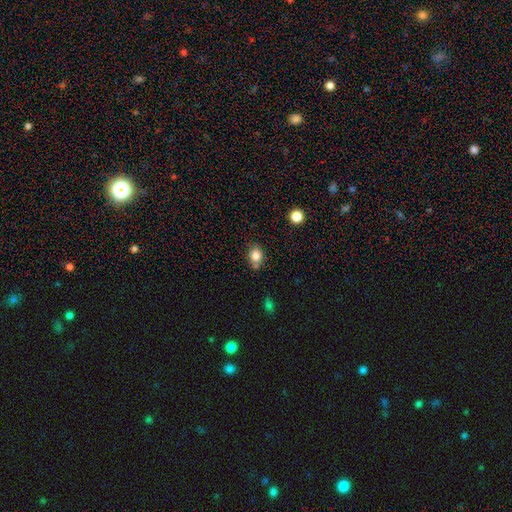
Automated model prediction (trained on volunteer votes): smooth-or-featured: smooth: 82% | star or artifact: 10% | featured or disk: 7%
  how-rounded: round: 50% | in between: 49% | cigar-shaped: 1%
  merging: none: 69% | minor disturbance: 17% | merger: 10% | major disturbance: 4%